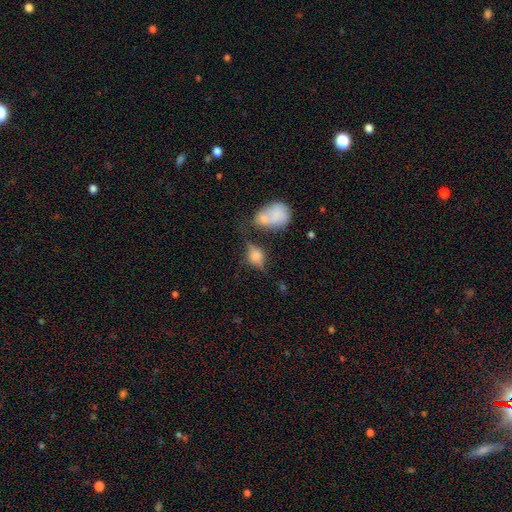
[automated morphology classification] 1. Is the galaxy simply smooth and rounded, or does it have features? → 44% featured or disk (tied), 44% smooth (tied), 12% star or artifact.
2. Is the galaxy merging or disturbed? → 56% none, 18% minor disturbance, 14% merger, 11% major disturbance.